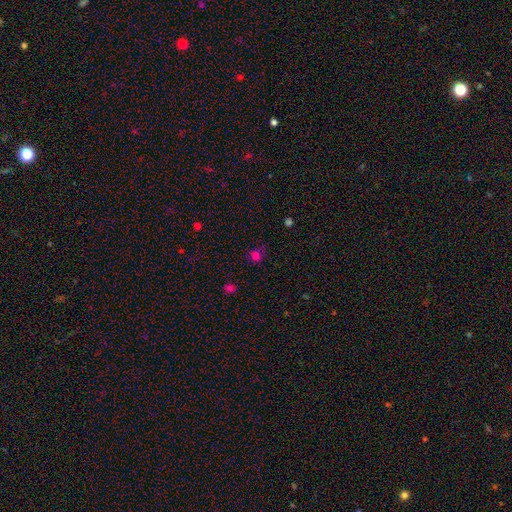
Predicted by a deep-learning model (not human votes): smooth 68%, star or artifact 27%, featured or disk 5%. Down the decision tree: how rounded — round (82%); merging — none (75%).